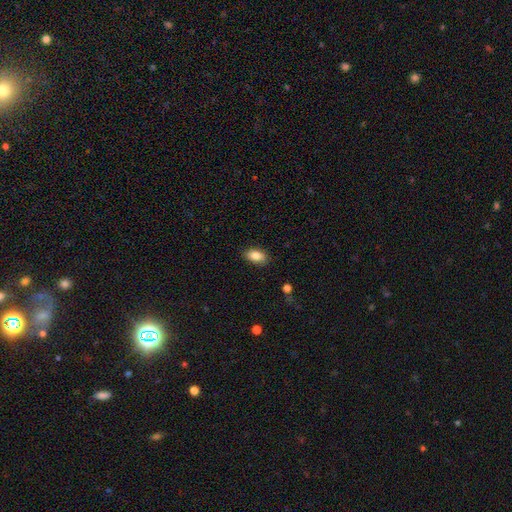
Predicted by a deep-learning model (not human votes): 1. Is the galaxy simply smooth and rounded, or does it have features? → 85% smooth, 8% star or artifact, 7% featured or disk.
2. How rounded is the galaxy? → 91% in between, 6% round, 3% cigar-shaped.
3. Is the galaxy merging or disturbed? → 85% none, 11% minor disturbance, 2% major disturbance, 1% merger.